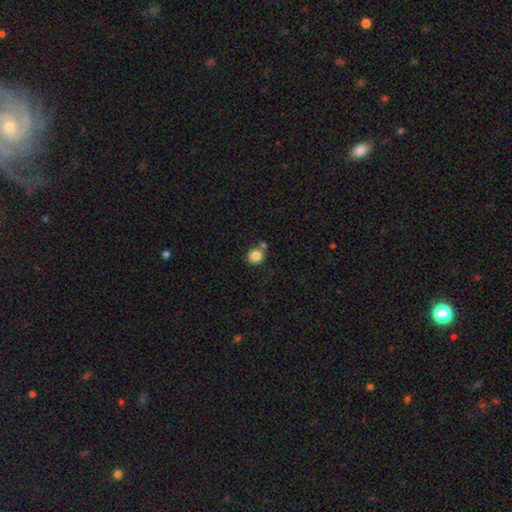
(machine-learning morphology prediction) smooth-or-featured: smooth: 84% | star or artifact: 10% | featured or disk: 6%
  how-rounded: round: 87% | in between: 12% | cigar-shaped: 1%
  merging: none: 65% | merger: 22% | minor disturbance: 10% | major disturbance: 4%